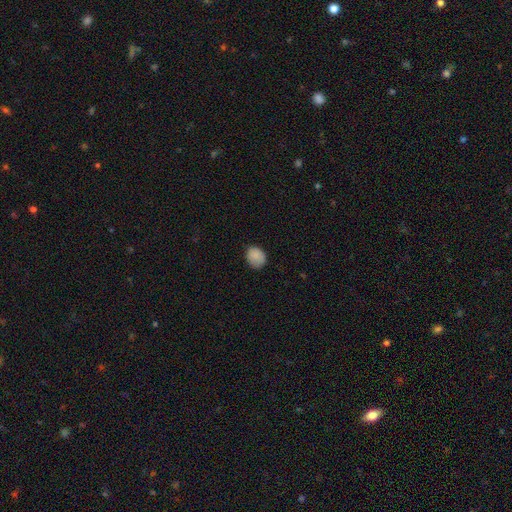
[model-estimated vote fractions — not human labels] A smooth galaxy with no disk features (87%) that is round (54%). Merging: none (79%).